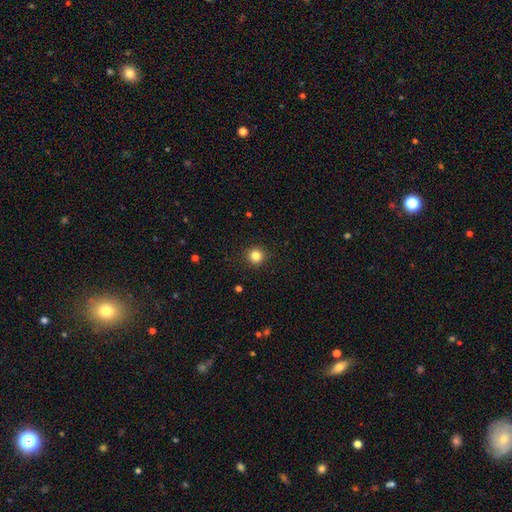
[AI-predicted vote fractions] smooth 83%, star or artifact 12%, featured or disk 5%. Down the decision tree: how rounded — round (95%); merging — none (93%).